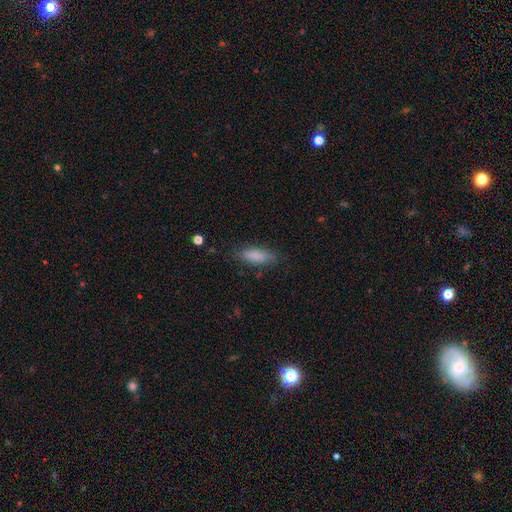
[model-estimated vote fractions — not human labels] Smooth or featured: smooth — 85% (featured or disk — 8%)
How rounded: in between — 65% (cigar-shaped — 33%)
Merging: none — 80% (minor disturbance — 15%)